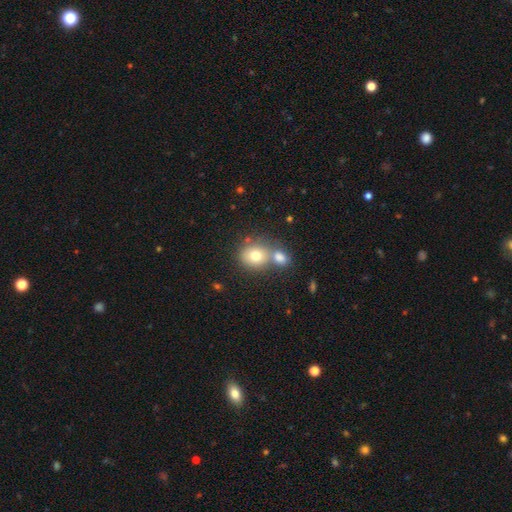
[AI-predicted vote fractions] Overall: smooth (75%). How rounded: round (60%; in between 39%). Merging: merger (46%; none 41%).